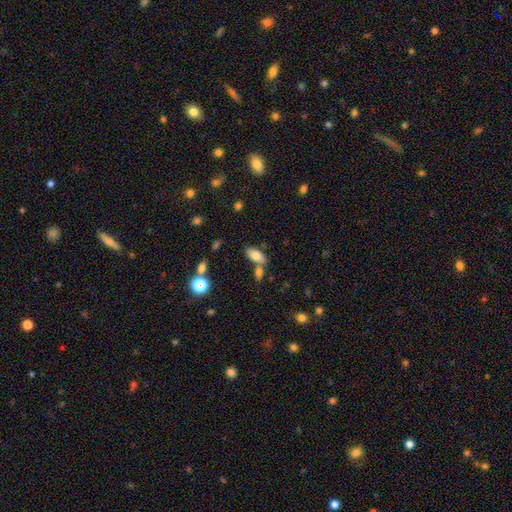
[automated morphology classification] smooth-or-featured: smooth: 78% | featured or disk: 13% | star or artifact: 9%
  how-rounded: in between: 89% | cigar-shaped: 8% | round: 3%
  merging: none: 58% | merger: 26% | minor disturbance: 12% | major disturbance: 4%